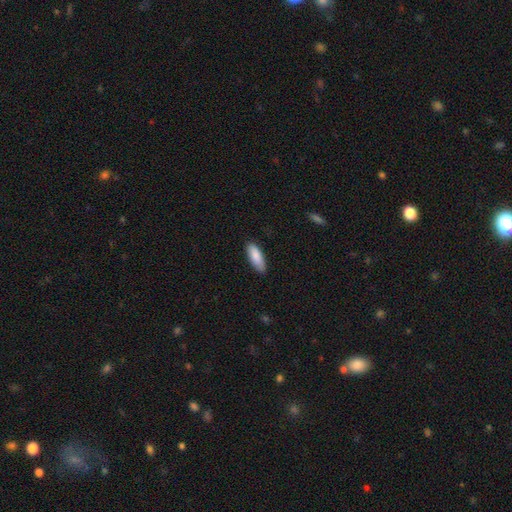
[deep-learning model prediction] This is clearly a smooth galaxy (87%). How rounded: likely in between (67%). Merging: clearly none (85%).